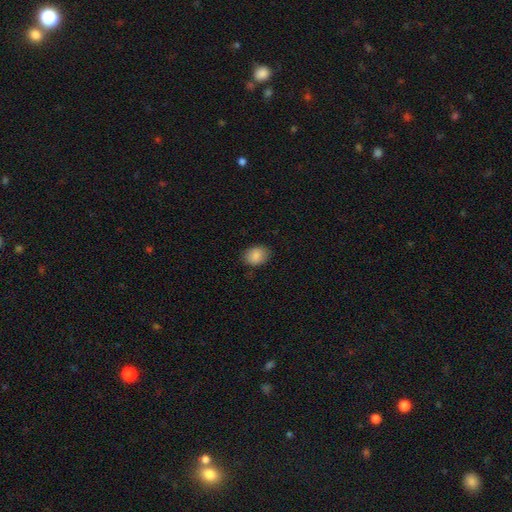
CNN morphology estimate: Overall: smooth (88%). How rounded: in between (68%; round 31%). Merging: none (85%).